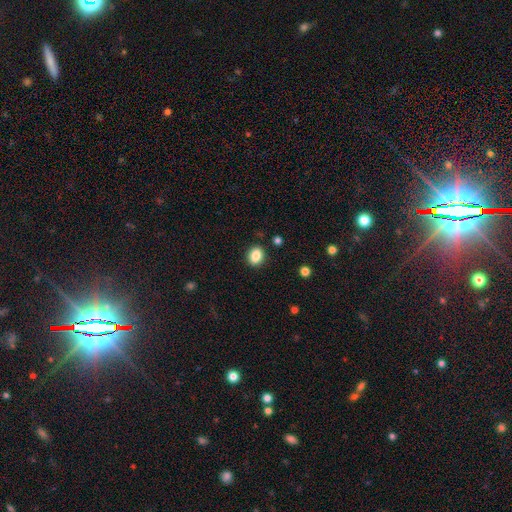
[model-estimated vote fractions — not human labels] smooth-or-featured: smooth: 85% | star or artifact: 9% | featured or disk: 5%
  how-rounded: in between: 50% | round: 49% | cigar-shaped: 1%
  merging: none: 89% | minor disturbance: 7% | major disturbance: 2% | merger: 2%